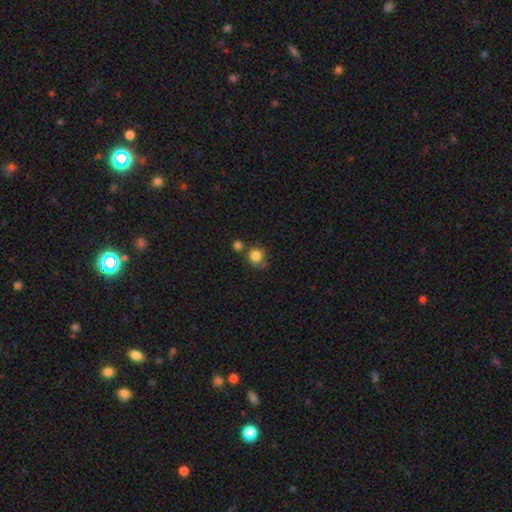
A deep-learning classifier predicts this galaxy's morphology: This is clearly a smooth galaxy (84%). How rounded: clearly round (91%). Merging: likely none (66%).